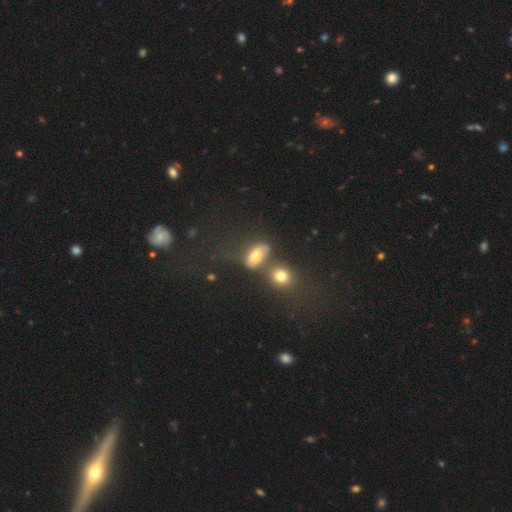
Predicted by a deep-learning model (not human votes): Overall: smooth (61%; featured or disk 25%). How rounded: in between (76%). Merging: none (38%; merger 33%).